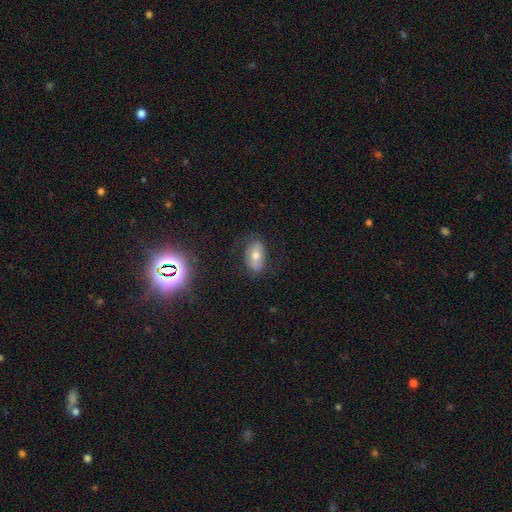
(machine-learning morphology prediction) This is possibly a smooth galaxy (53%). How rounded: clearly in between (87%). Merging: likely none (74%).